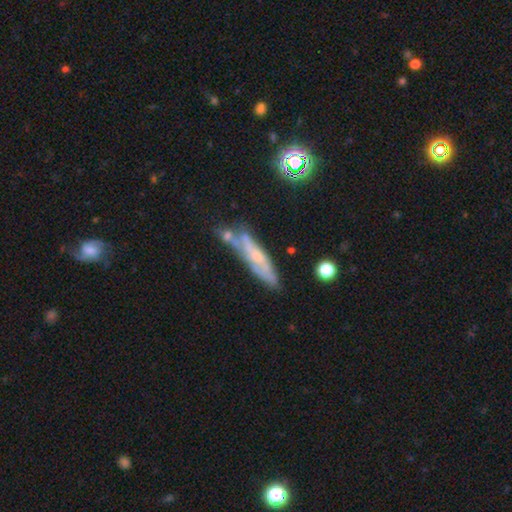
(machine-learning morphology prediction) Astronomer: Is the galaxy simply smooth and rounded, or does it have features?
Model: featured or disk — 55% (runner-up: smooth, 33%).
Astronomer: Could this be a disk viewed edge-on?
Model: yes — 57% (runner-up: no, 43%).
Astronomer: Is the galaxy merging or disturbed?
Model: none — 52%.